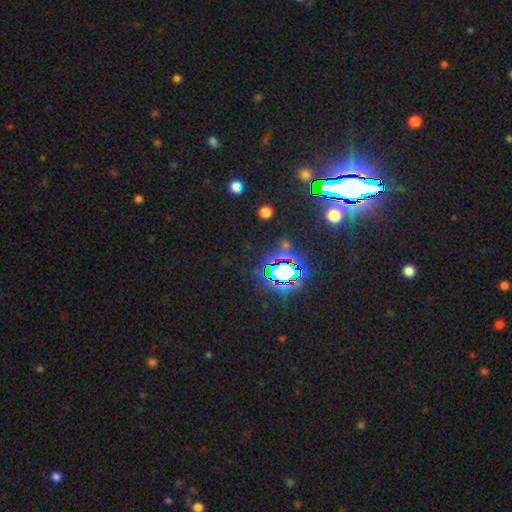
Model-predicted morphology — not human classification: Smooth or featured? star or artifact (83%)